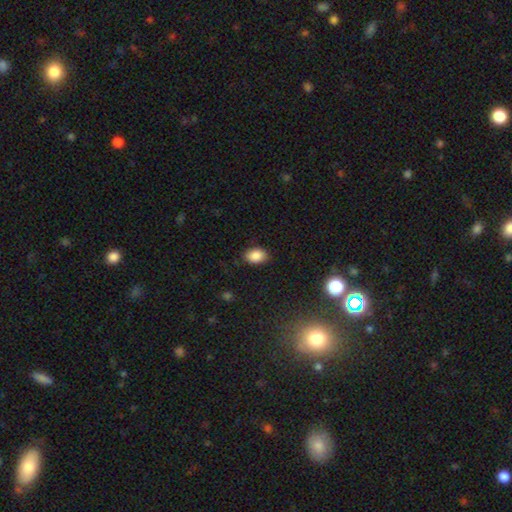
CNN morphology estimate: Smooth or featured?
  - smooth: 86% *
  - star or artifact: 9%
  - featured or disk: 5%
How rounded?
  - in between: 82% *
  - round: 16%
  - cigar-shaped: 1%
Merging?
  - none: 84% *
  - minor disturbance: 12%
  - major disturbance: 3%
  - merger: 1%